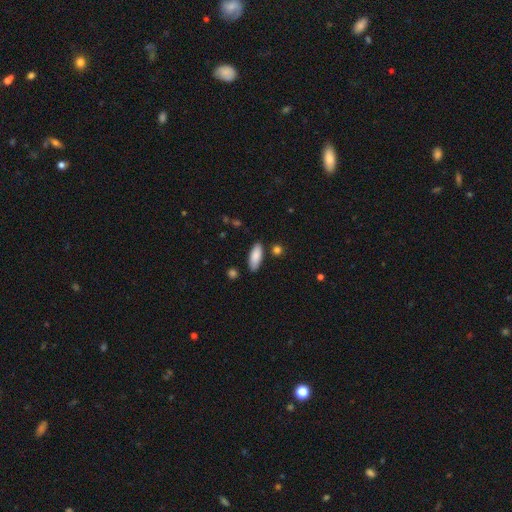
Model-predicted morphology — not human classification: smooth 86%, featured or disk 8%, star or artifact 6%. Down the decision tree: how rounded — in between (74%); merging — none (83%).